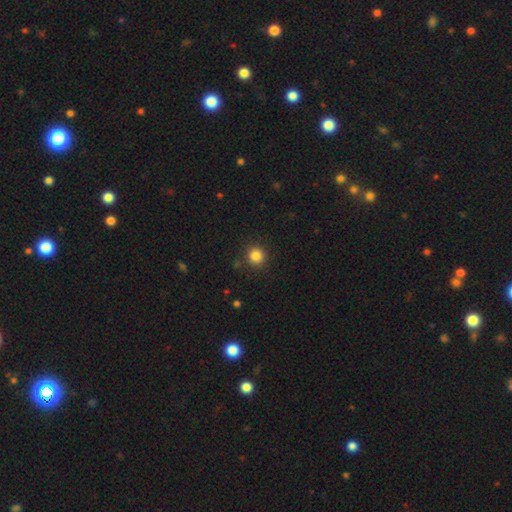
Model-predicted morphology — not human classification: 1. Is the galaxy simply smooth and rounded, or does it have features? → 84% smooth, 12% star or artifact, 4% featured or disk.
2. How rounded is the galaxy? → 94% round, 5% in between, 1% cigar-shaped.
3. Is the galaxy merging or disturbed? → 90% none, 6% minor disturbance, 2% major disturbance, 2% merger.